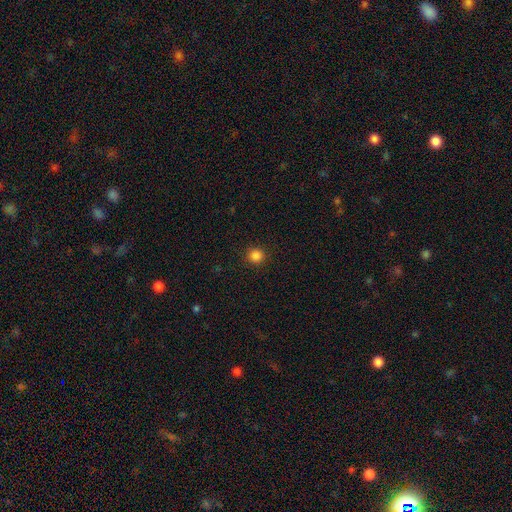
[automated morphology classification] Smooth or featured?
  - smooth: 85% *
  - star or artifact: 12%
  - featured or disk: 3%
How rounded?
  - round: 95% *
  - in between: 4%
  - cigar-shaped: 1%
Merging?
  - none: 92% *
  - minor disturbance: 5%
  - major disturbance: 2%
  - merger: 1%